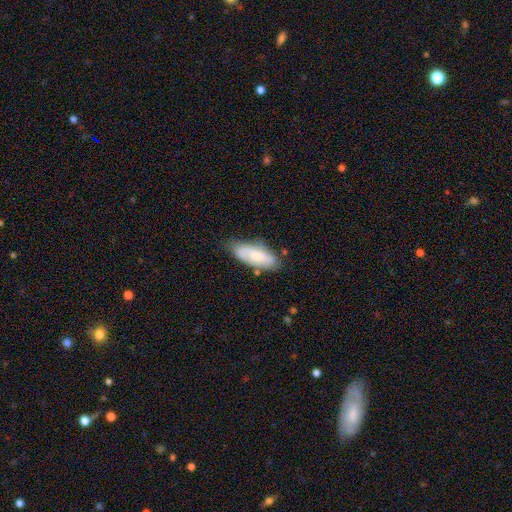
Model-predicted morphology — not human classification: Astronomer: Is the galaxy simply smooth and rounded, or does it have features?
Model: smooth — 57% (runner-up: featured or disk, 36%).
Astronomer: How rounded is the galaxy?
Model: in between — 79%.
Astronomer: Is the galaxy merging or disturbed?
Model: none — 63%.